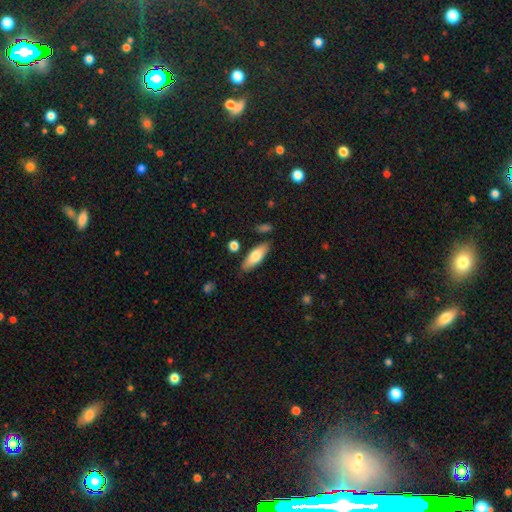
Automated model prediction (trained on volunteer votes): Morphology: type=smooth (72%); roundness=in between (62%); merging=none (83%).